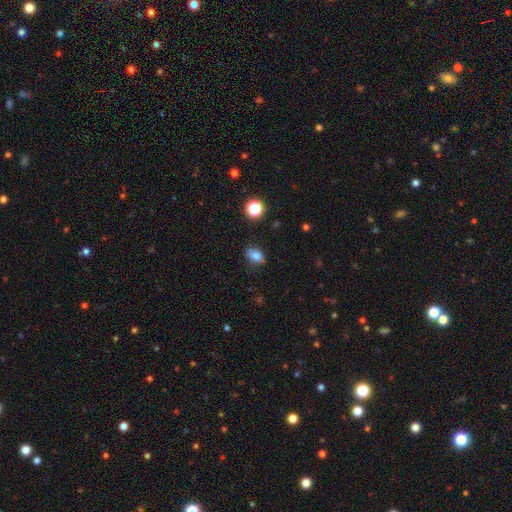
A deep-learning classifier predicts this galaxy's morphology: This appears to be a smooth galaxy with no disk features (78%) that is in between round and cigar-shaped (76%). Merging: none (72%).